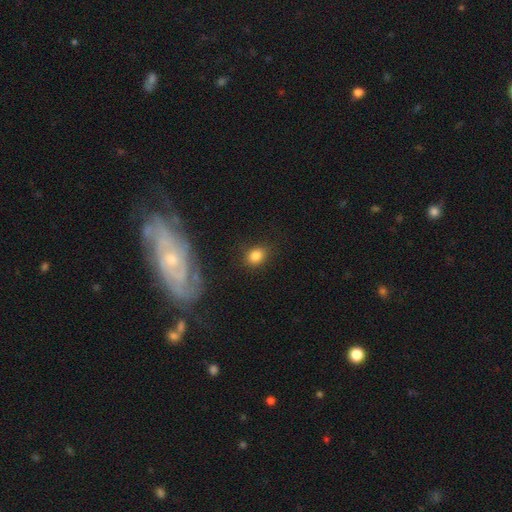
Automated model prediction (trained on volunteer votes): Q: Smooth or featured?
A: smooth (83%); runner-up: star or artifact (11%)
Q: How rounded?
A: round (54%); runner-up: in between (45%)
Q: Merging?
A: none (83%); runner-up: minor disturbance (11%)